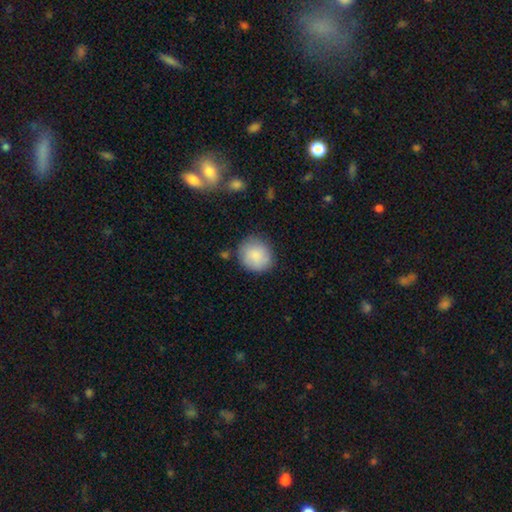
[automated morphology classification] Q: Smooth or featured?
A: smooth (87%); runner-up: featured or disk (7%)
Q: How rounded?
A: round (80%); runner-up: in between (19%)
Q: Merging?
A: none (79%); runner-up: minor disturbance (15%)